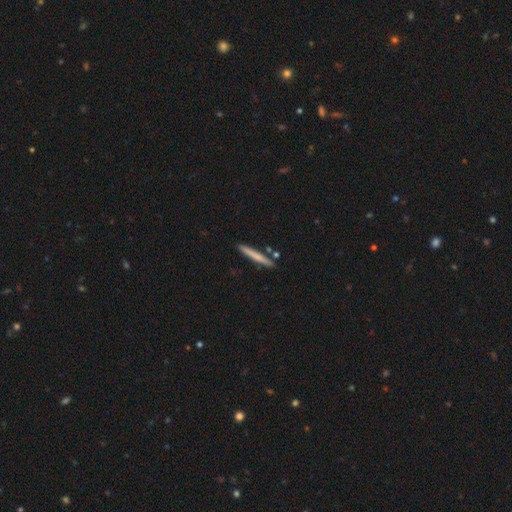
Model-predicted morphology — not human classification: Smooth or featured? smooth (65%)
How rounded? cigar-shaped (96%)
Merging? none (87%)